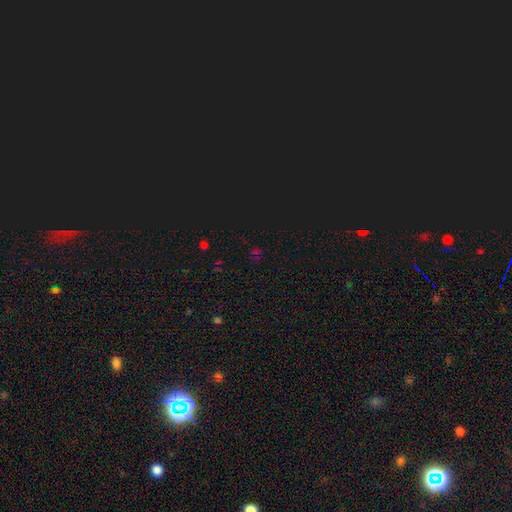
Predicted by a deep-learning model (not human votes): A star or artifact, not a galaxy (66%).